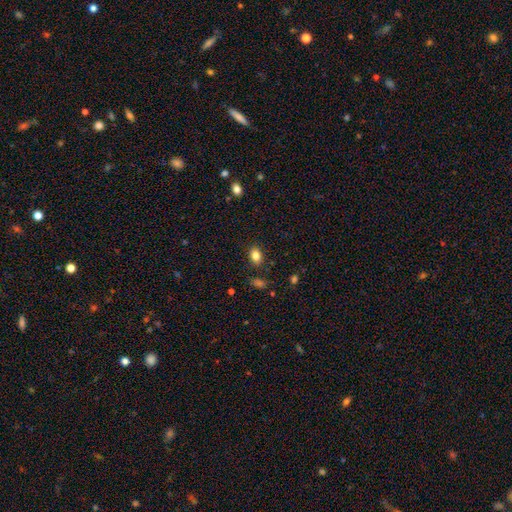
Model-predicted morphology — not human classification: Overall: smooth (84%). How rounded: in between (74%). Merging: none (85%).